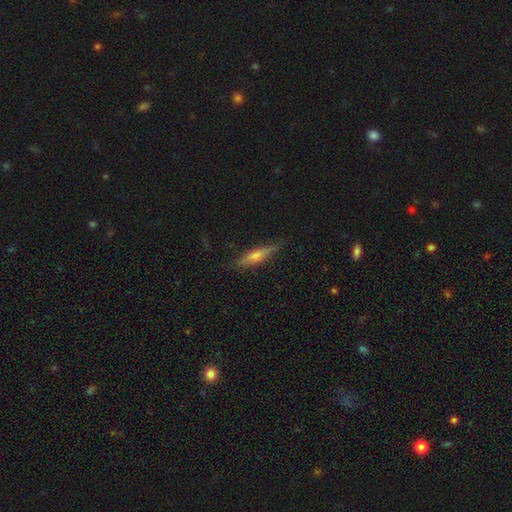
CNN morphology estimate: featured or disk 49%, smooth 44%, star or artifact 8%. Down the decision tree: merging — none (83%).